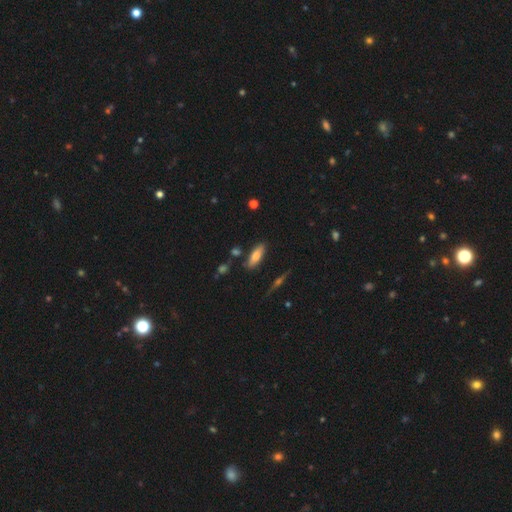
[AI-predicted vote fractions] Overall: smooth (72%). How rounded: in between (64%; cigar-shaped 34%). Merging: none (79%).